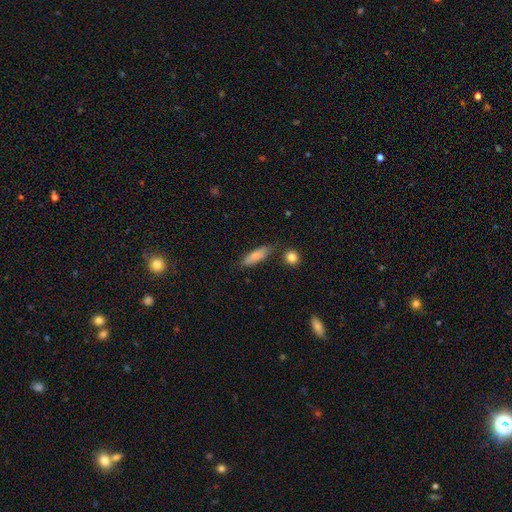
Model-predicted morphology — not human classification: The model was most divided on "how rounded": cigar-shaped: 57%, in between: 41%, round: 2%. More confident: smooth or featured — smooth (83%); merging — none (79%).